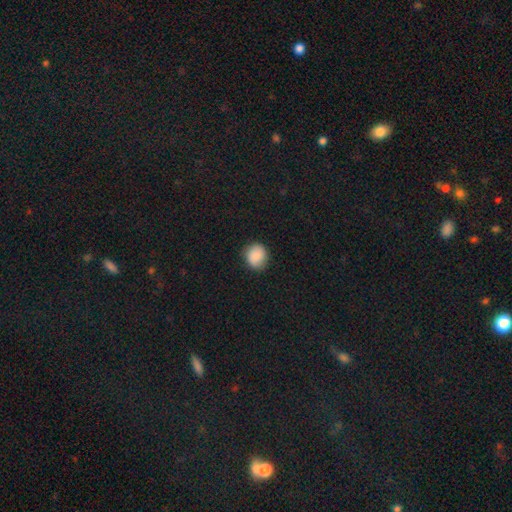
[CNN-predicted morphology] Smooth or featured?
  - smooth: 87% *
  - star or artifact: 8%
  - featured or disk: 6%
How rounded?
  - round: 78% *
  - in between: 21%
  - cigar-shaped: 1%
Merging?
  - none: 86% *
  - minor disturbance: 11%
  - major disturbance: 3%
  - merger: 1%